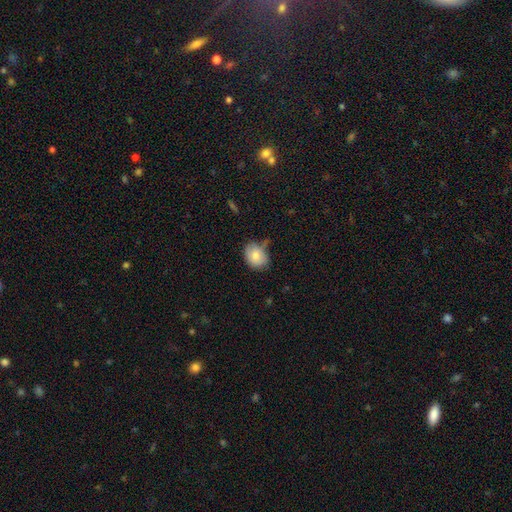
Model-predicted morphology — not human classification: smooth 79%, featured or disk 13%, star or artifact 8%. Down the decision tree: how rounded — in between (54%); merging — none (60%).